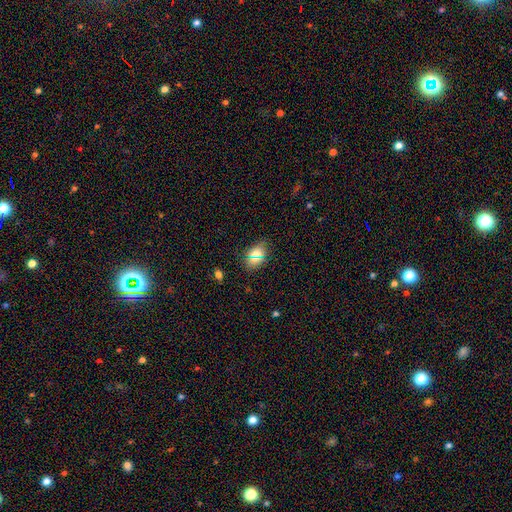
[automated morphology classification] smooth_or_featured: smooth (p=0.71) [alt: star or artifact p=0.21]
how_rounded: in between (p=0.72) [alt: round p=0.25]
merging: none (p=0.85) [alt: minor disturbance p=0.10]